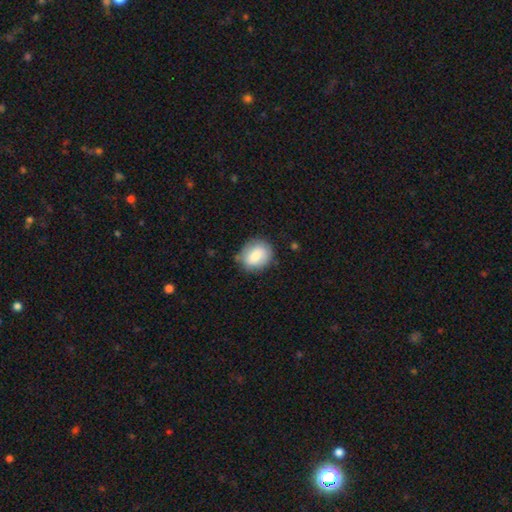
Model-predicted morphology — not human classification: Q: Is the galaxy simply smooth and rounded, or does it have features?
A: smooth — 82%.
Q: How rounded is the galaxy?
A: round — 58%.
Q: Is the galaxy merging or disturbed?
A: none — 75%.